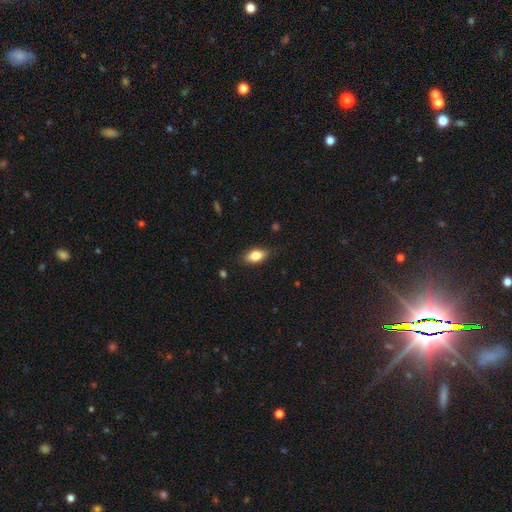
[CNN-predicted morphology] smooth_or_featured: smooth (p=0.81) [alt: featured or disk p=0.12]
how_rounded: in between (p=0.88) [alt: round p=0.06]
merging: none (p=0.83) [alt: minor disturbance p=0.13]